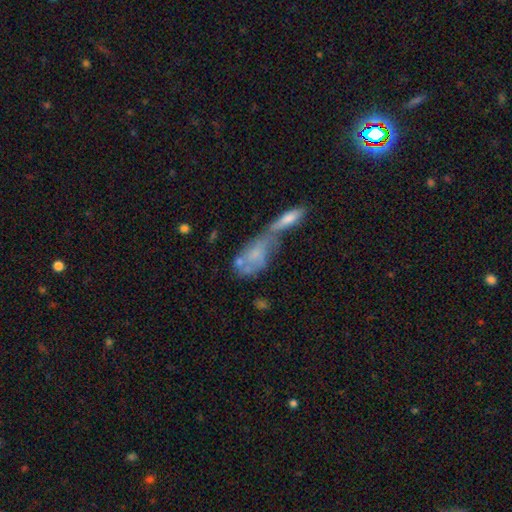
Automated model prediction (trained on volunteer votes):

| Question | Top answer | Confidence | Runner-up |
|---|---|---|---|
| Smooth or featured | smooth | 48% | featured or disk (43%) |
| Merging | merger | 61% | none (17%) |